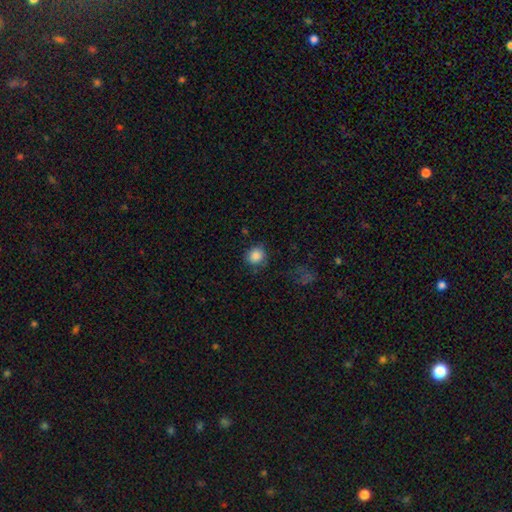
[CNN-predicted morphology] type=smooth (87%); roundness=round (86%); merging=none (77%).